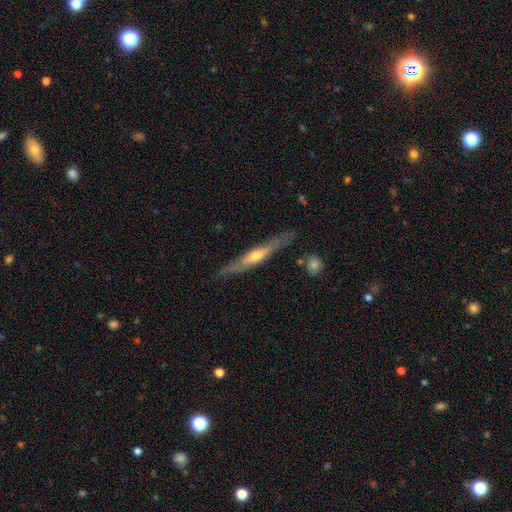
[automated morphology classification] Smooth or featured: featured or disk — 66% (smooth — 29%)
Edge-on disk: yes — 92% (no — 8%)
Edge-on bulge: rounded — 76% (none — 17%)
Merging: none — 82% (minor disturbance — 13%)